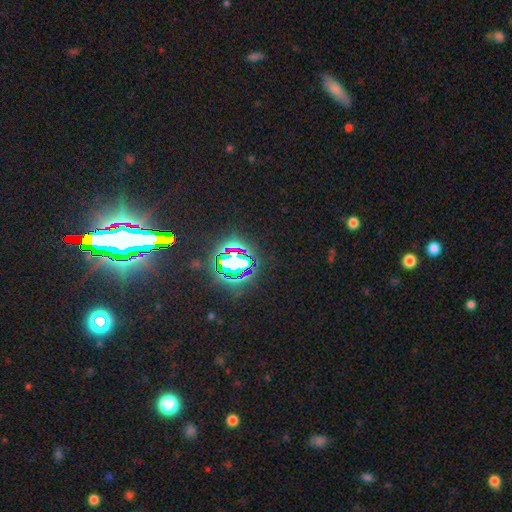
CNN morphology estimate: Smooth or featured?
  - star or artifact: 85% *
  - smooth: 8%
  - featured or disk: 7%